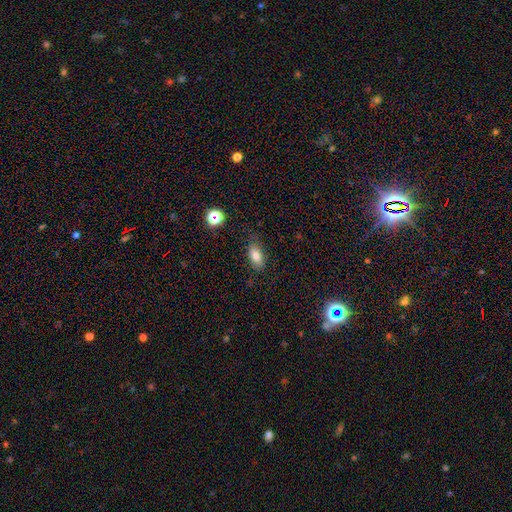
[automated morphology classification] A smooth galaxy with no disk features (78%) that is in between round and cigar-shaped (83%).

Vote fractions:
- Smooth or featured? smooth: 78% / featured or disk: 12% / star or artifact: 11%
- How rounded? in between: 83% / cigar-shaped: 11% / round: 6%
- Merging? none: 76% / minor disturbance: 18% / major disturbance: 5% / merger: 2%